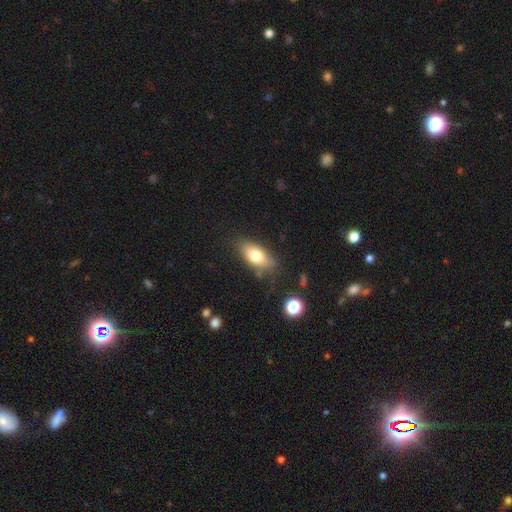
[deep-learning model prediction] Smooth or featured? smooth (74%)
How rounded? in between (85%)
Merging? none (75%)